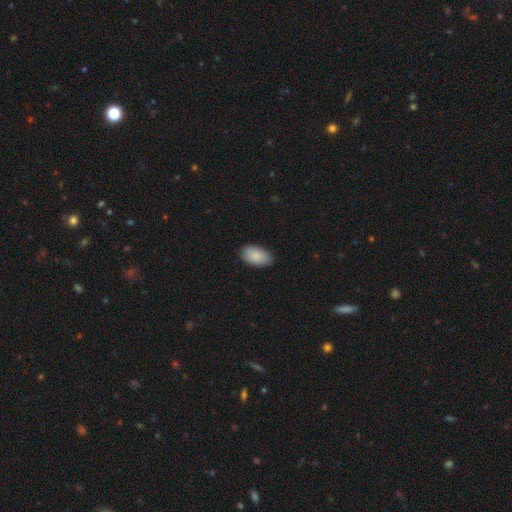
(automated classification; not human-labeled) A smooth galaxy with no disk features (86%) that is in between round and cigar-shaped (94%).

Vote fractions:
- Smooth or featured? smooth: 86% / featured or disk: 7% / star or artifact: 6%
- How rounded? in between: 94% / round: 4% / cigar-shaped: 2%
- Merging? none: 84% / minor disturbance: 13% / major disturbance: 2% / merger: 1%